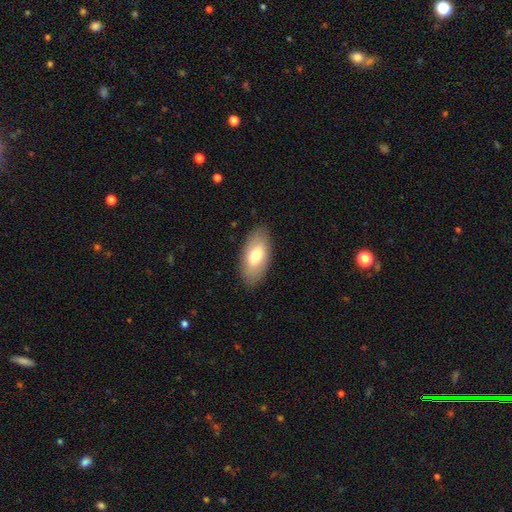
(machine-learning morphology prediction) Q: Smooth or featured?
A: smooth (72%); runner-up: featured or disk (22%)
Q: How rounded?
A: in between (92%); runner-up: cigar-shaped (6%)
Q: Merging?
A: none (86%); runner-up: minor disturbance (10%)